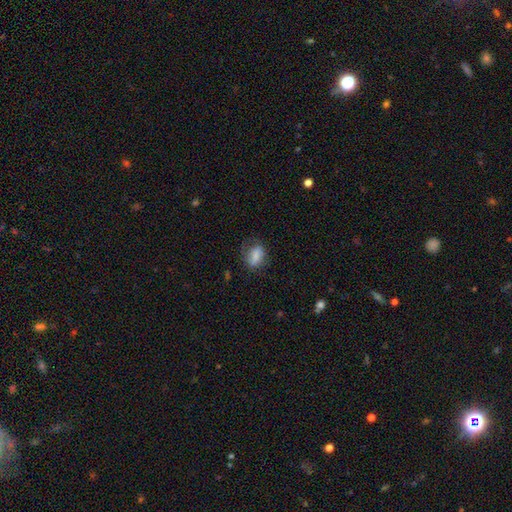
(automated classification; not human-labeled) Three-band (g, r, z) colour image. It shows a smooth galaxy with no disk features (66%) that is in between round and cigar-shaped (74%). Merging: none (56%).